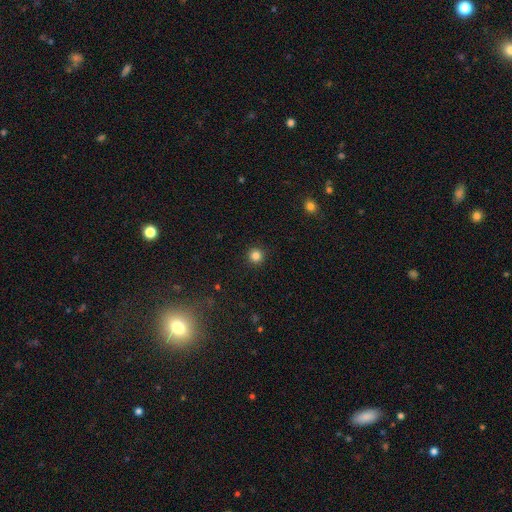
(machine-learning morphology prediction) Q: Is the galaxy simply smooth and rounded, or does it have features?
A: smooth — 83%.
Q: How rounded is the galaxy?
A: round — 96%.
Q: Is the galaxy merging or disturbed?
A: none — 93%.